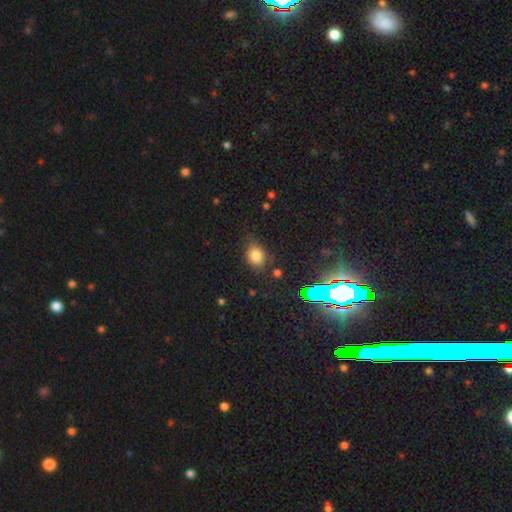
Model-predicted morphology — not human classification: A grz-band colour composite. It shows a smooth galaxy with no disk features (78%) that is in between round and cigar-shaped (54%). Merging: none (72%).